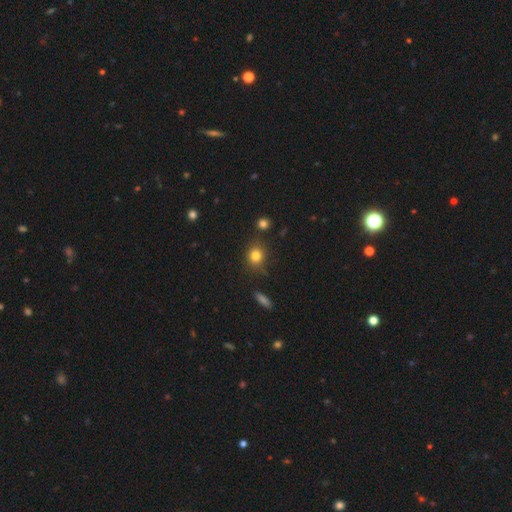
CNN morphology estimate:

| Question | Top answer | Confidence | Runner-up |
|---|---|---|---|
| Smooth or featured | smooth | 81% | star or artifact (12%) |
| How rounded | round | 75% | in between (24%) |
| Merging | none | 82% | minor disturbance (12%) |